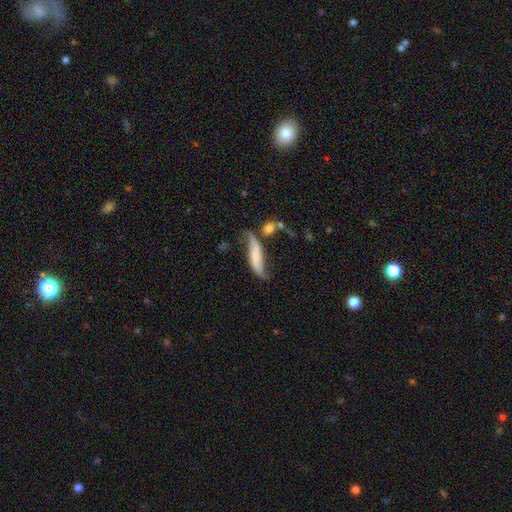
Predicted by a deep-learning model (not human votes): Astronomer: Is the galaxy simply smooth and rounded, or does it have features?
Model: featured or disk — 56% (runner-up: smooth, 36%).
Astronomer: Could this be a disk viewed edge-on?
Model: no — 73%.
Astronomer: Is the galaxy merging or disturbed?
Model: none — 48% (runner-up: minor disturbance, 27%).